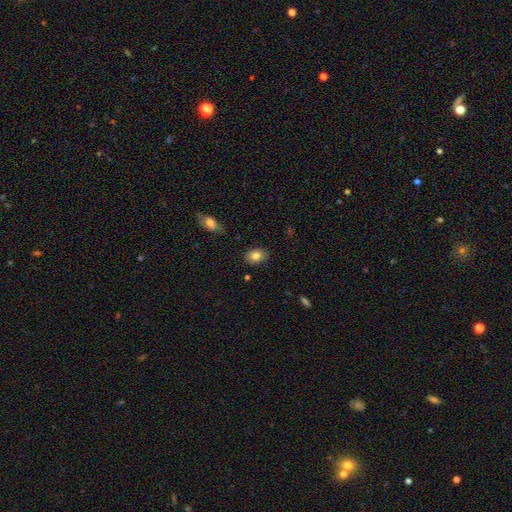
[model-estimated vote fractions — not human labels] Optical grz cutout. It shows a smooth galaxy with no disk features (82%) that is in between round and cigar-shaped (72%). Merging: none (85%).